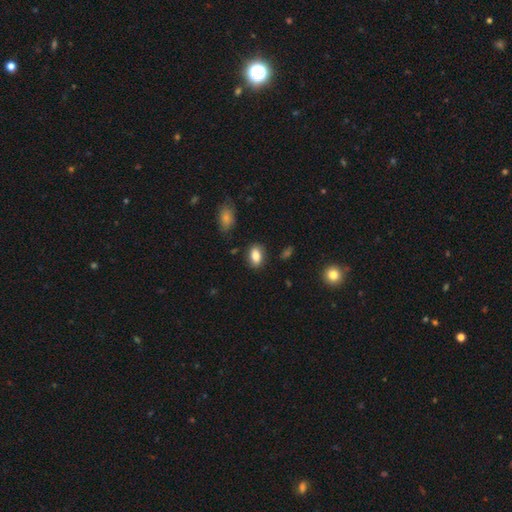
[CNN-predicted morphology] Smooth or featured? Predicted: smooth (p=0.82). How rounded? Predicted: in between (p=0.86). Merging? Predicted: none (p=0.82).